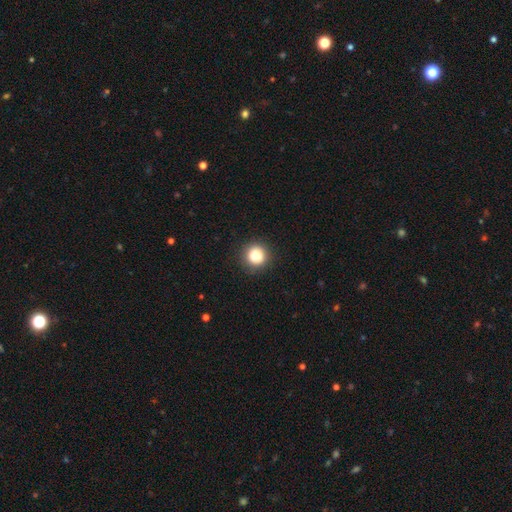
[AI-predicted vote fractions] A smooth galaxy with no disk features (85%) that is round (92%).

Vote fractions:
- Smooth or featured? smooth: 85% / star or artifact: 11% / featured or disk: 4%
- How rounded? round: 92% / in between: 7% / cigar-shaped: 1%
- Merging? none: 90% / minor disturbance: 7% / major disturbance: 2% / merger: 1%